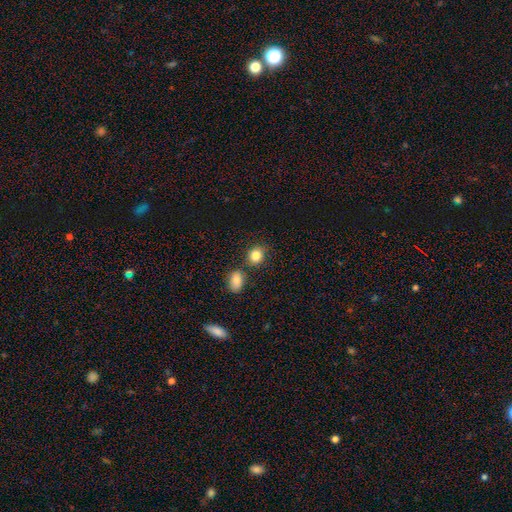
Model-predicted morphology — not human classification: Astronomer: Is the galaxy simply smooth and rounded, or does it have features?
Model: smooth — 85%.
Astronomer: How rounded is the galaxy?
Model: round — 62%.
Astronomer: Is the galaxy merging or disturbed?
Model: none — 72%.